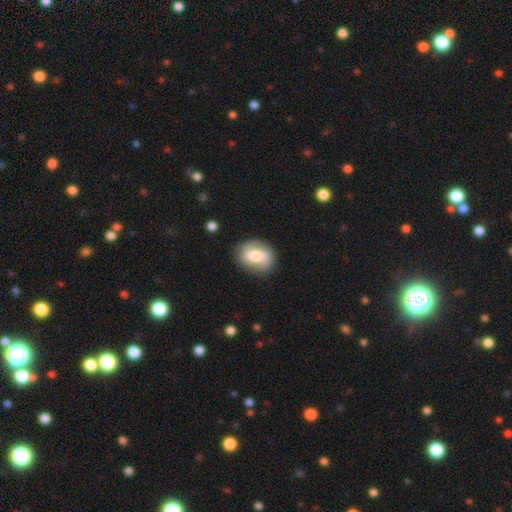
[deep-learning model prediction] smooth 52%, featured or disk 41%, star or artifact 7%. Down the decision tree: how rounded — in between (57%); merging — none (80%).